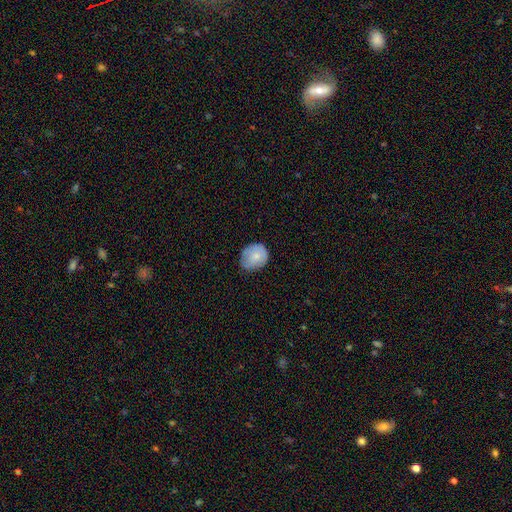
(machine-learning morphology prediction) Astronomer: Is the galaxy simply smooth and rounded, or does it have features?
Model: smooth — 74%.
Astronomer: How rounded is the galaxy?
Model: round — 62% (runner-up: in between, 37%).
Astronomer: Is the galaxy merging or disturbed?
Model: none — 61%.